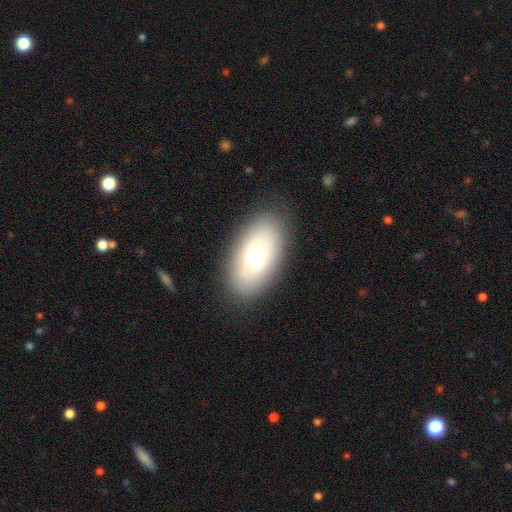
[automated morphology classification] Smooth or featured: smooth — 57% (featured or disk — 34%)
How rounded: in between — 91% (round — 5%)
Merging: none — 83% (minor disturbance — 11%)